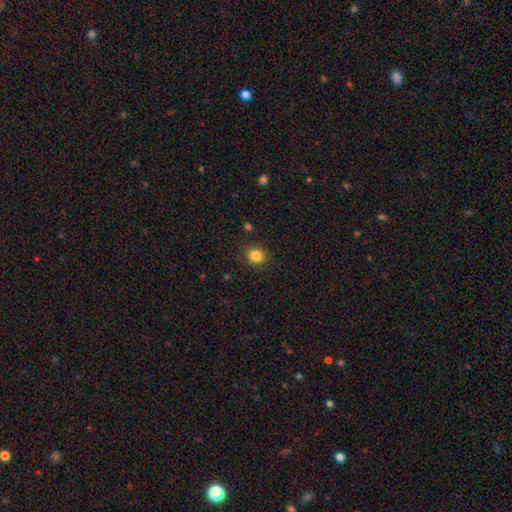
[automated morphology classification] Overall: smooth (84%). How rounded: round (81%). Merging: none (88%).